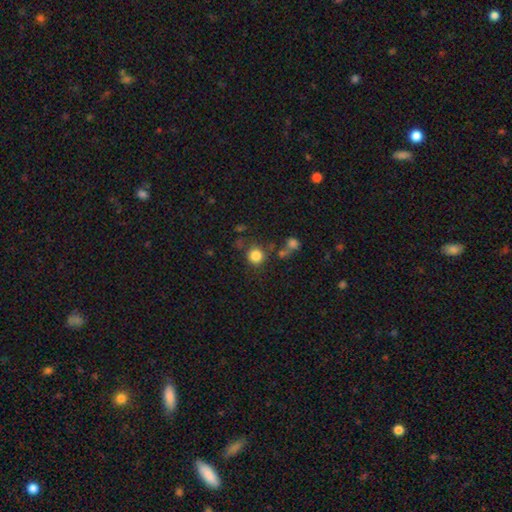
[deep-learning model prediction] Smooth or featured? Predicted: smooth (p=0.82). How rounded? Predicted: round (p=0.92). Merging? Predicted: none (p=0.75).